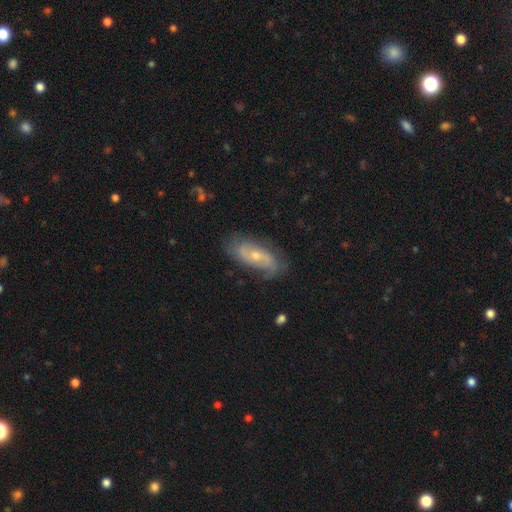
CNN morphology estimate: type=featured or disk (69%); edge-on=no (90%); bar=no (65%); spiral arms=yes (85%); winding=medium (40%); arm count=2 (69%); bulge=small (53%); merging=none (74%).